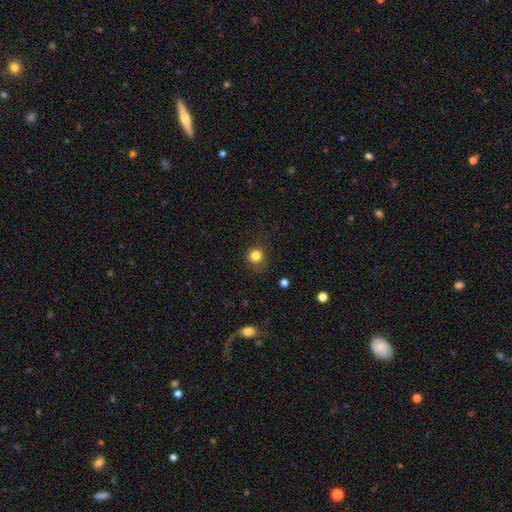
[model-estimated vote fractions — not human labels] A smooth galaxy with no disk features (82%) that is round (91%).

Vote fractions:
- Smooth or featured? smooth: 82% / star or artifact: 13% / featured or disk: 5%
- How rounded? round: 91% / in between: 8% / cigar-shaped: 1%
- Merging? none: 83% / minor disturbance: 12% / major disturbance: 4% / merger: 1%